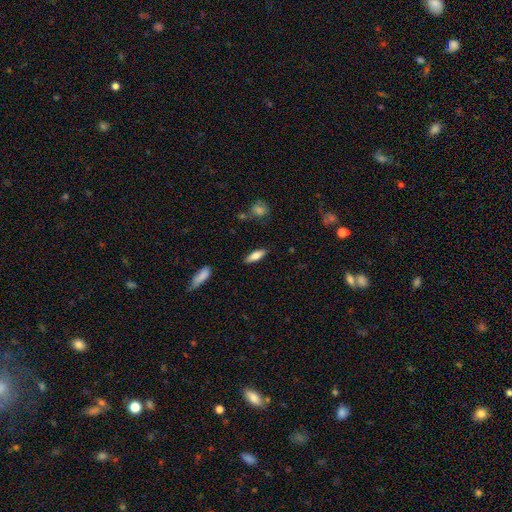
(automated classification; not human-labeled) Morphology: type=smooth (77%); roundness=in between (60%); merging=none (85%).